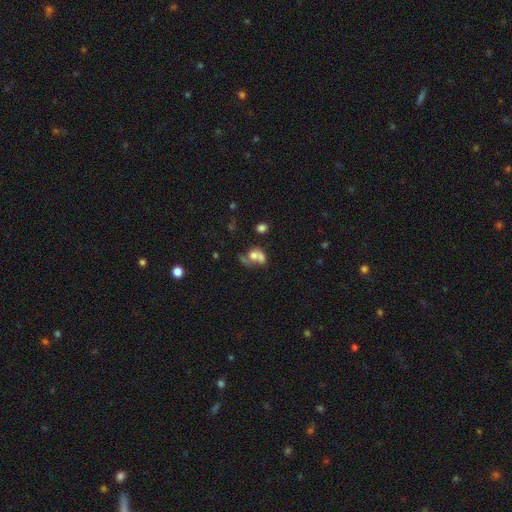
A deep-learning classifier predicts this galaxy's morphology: Smooth or featured? Predicted: smooth (p=0.58). How rounded? Predicted: round (p=0.51). Merging? Predicted: merger (p=0.55).